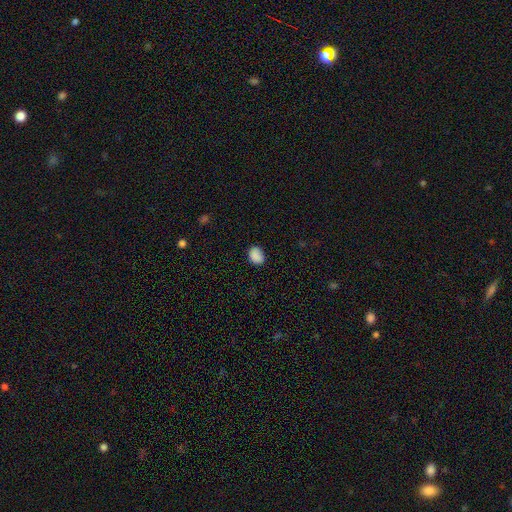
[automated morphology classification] smooth 88%, star or artifact 9%, featured or disk 3%. Down the decision tree: how rounded — in between (69%); merging — none (83%).